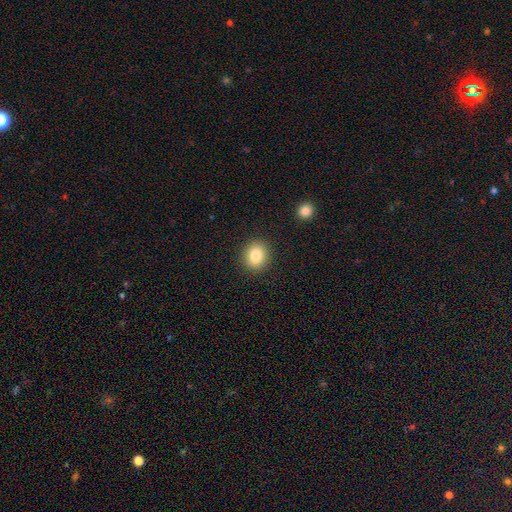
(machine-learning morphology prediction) type=smooth (83%); roundness=round (76%); merging=none (90%).